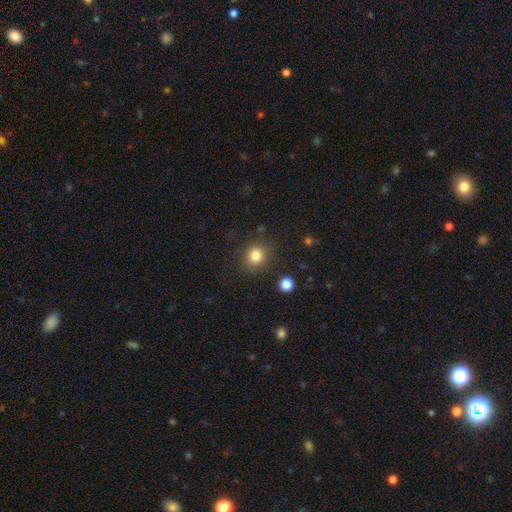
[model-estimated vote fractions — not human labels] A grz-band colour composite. It shows a smooth galaxy with no disk features (83%) that is round (88%). Merging: none (85%).